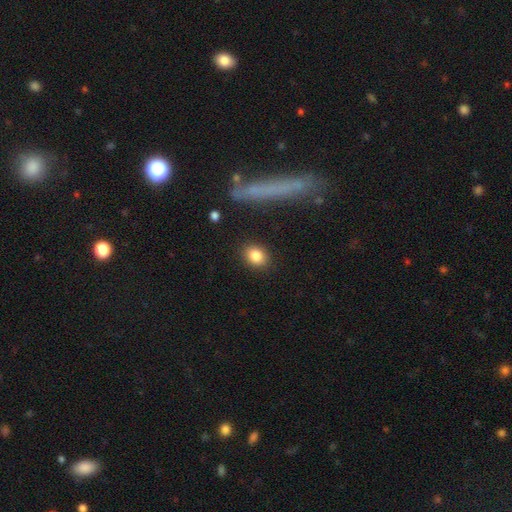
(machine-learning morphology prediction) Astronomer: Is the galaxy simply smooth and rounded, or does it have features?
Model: smooth — 84%.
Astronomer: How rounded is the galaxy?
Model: in between — 53% (runner-up: round, 46%).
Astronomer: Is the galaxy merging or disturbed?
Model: none — 88%.